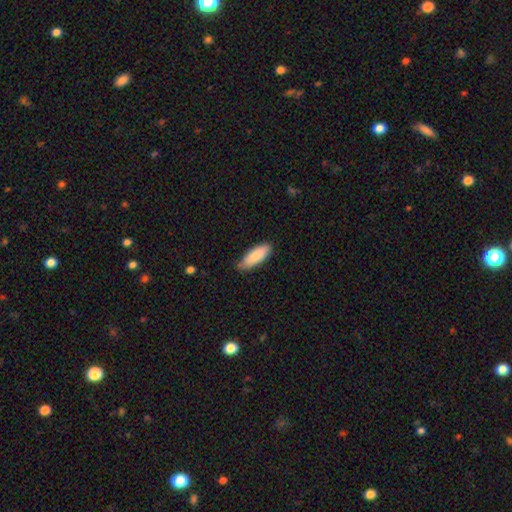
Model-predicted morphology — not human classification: type=smooth (86%); roundness=in between (65%); merging=none (81%).